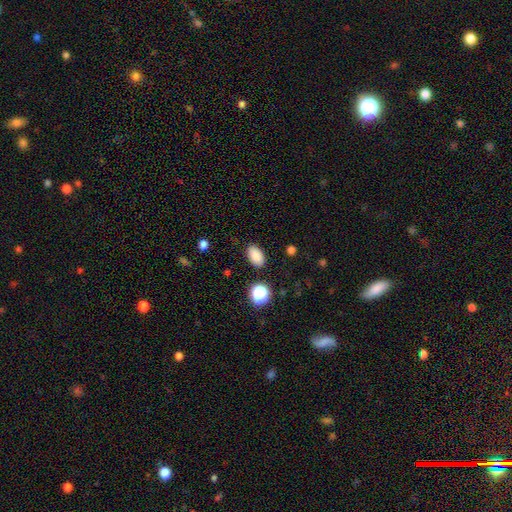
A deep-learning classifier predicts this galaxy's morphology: A smooth galaxy with no disk features (86%) that is in between round and cigar-shaped (91%).

Vote fractions:
- Smooth or featured? smooth: 86% / star or artifact: 10% / featured or disk: 4%
- How rounded? in between: 91% / round: 8% / cigar-shaped: 2%
- Merging? none: 87% / minor disturbance: 9% / major disturbance: 3% / merger: 2%